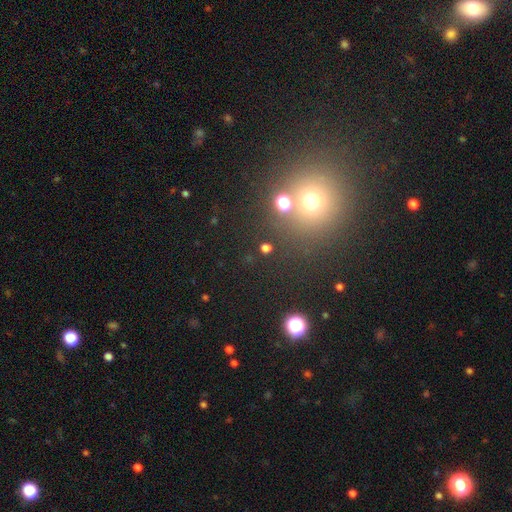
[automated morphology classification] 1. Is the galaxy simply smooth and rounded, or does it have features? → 50% star or artifact, 41% smooth, 9% featured or disk.